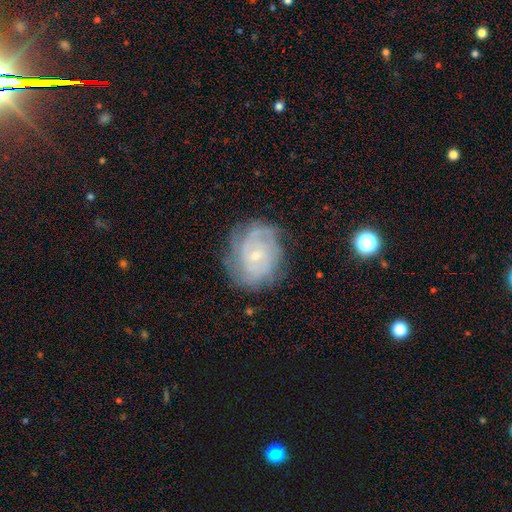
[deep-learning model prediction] Morphology: type=featured or disk (79%); edge-on=no (97%); bar=no (71%); spiral arms=yes (92%); winding=tight (66%); arm count=can't tell (40%); bulge=small (75%); merging=none (74%).